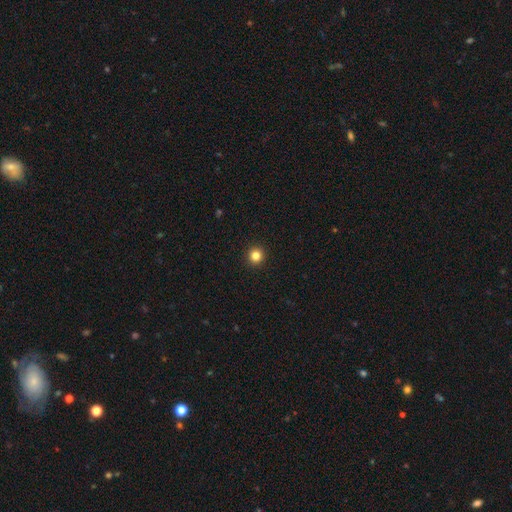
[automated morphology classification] type=smooth (83%); roundness=round (95%); merging=none (94%).